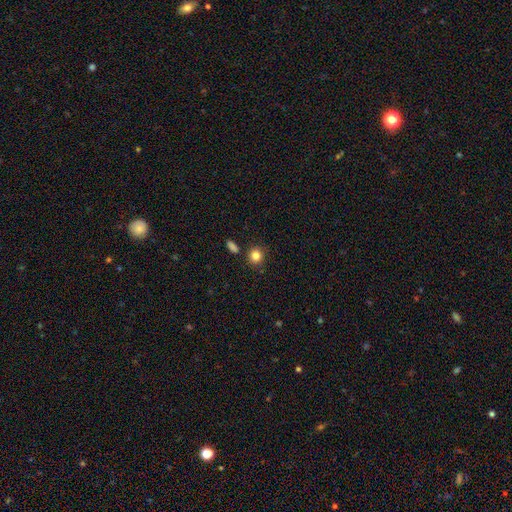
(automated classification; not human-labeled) The model was most divided on "how rounded": round: 86%, in between: 13%, cigar-shaped: 1%. More confident: smooth or featured — smooth (84%); merging — none (83%).